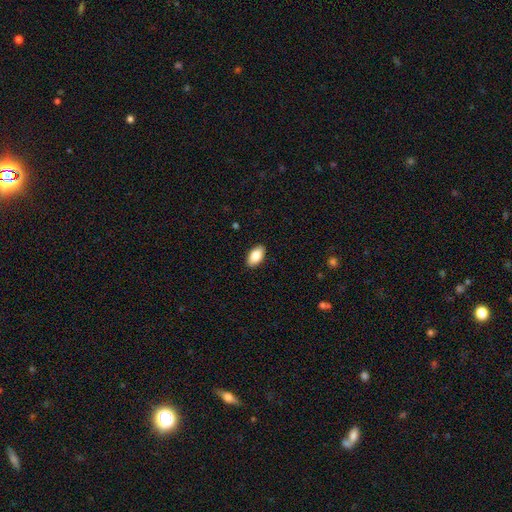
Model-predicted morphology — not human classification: A smooth galaxy with no disk features (84%) that is in between round and cigar-shaped (93%). Merging: none (89%).